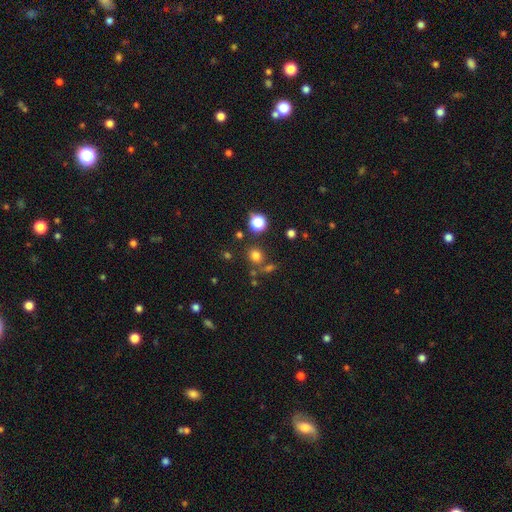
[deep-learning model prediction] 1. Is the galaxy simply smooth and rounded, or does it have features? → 73% smooth, 20% star or artifact, 7% featured or disk.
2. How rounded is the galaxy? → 82% round, 17% in between, 1% cigar-shaped.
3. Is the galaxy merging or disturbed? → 75% none, 12% merger, 9% minor disturbance, 4% major disturbance.